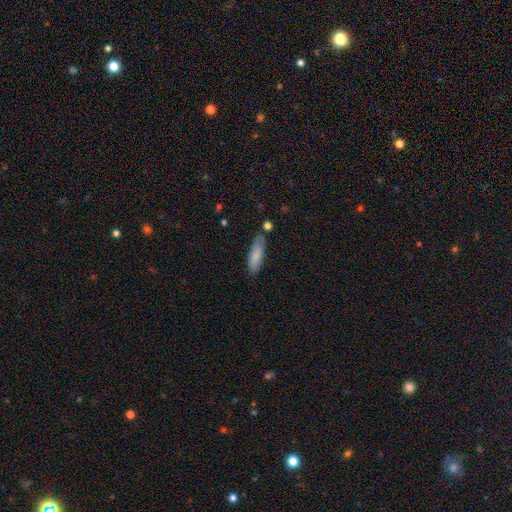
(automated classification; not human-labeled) A smooth galaxy with no disk features (82%) that is cigar-shaped (50%).

Vote fractions:
- Smooth or featured? smooth: 82% / featured or disk: 12% / star or artifact: 6%
- How rounded? cigar-shaped: 50% / in between: 49% / round: 2%
- Merging? none: 70% / minor disturbance: 21% / major disturbance: 4% / merger: 4%